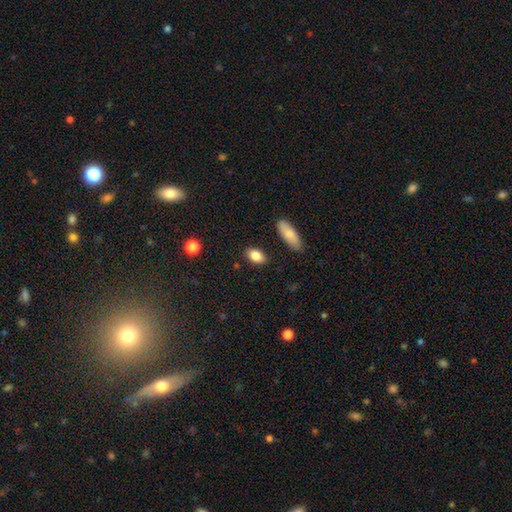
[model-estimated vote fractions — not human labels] Q: Smooth or featured?
A: smooth (86%); runner-up: star or artifact (8%)
Q: How rounded?
A: in between (86%); runner-up: round (11%)
Q: Merging?
A: none (85%); runner-up: minor disturbance (10%)